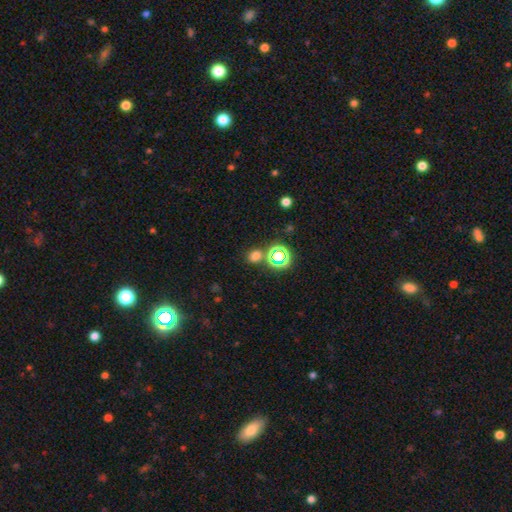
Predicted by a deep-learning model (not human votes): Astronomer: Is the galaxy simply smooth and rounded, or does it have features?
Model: smooth — 62%.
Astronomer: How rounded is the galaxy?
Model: round — 62%.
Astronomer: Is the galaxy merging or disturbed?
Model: none — 72%.